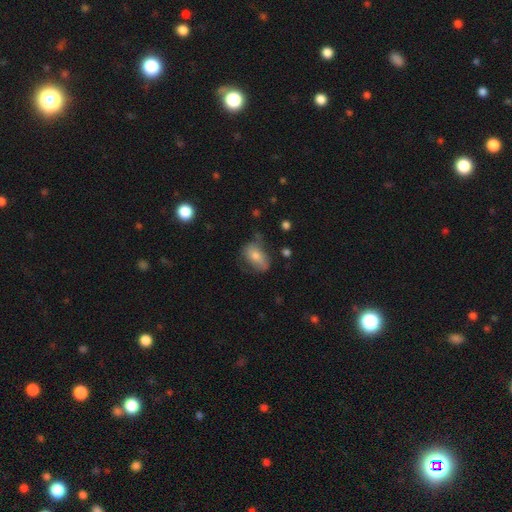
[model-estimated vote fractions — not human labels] Morphology: type=smooth (62%); roundness=in between (83%); merging=none (46%).